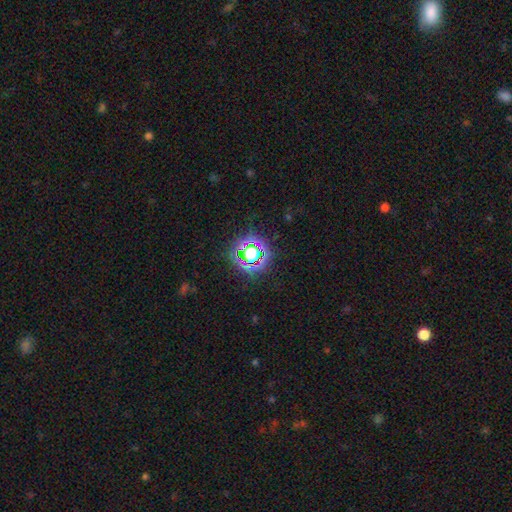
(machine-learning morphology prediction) smooth-or-featured: star or artifact: 79% | smooth: 14% | featured or disk: 7%